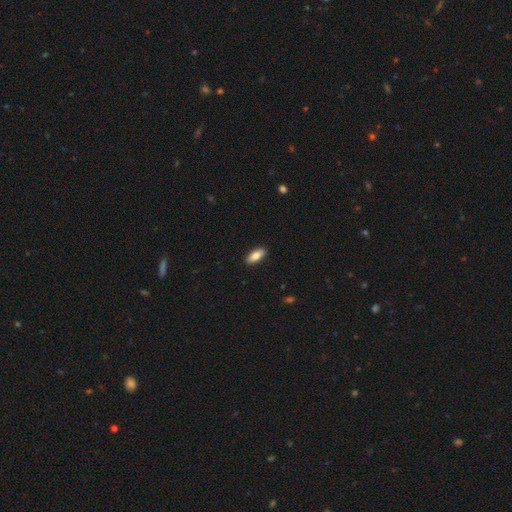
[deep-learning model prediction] Smooth or featured? Predicted: smooth (p=0.83). How rounded? Predicted: in between (p=0.81). Merging? Predicted: none (p=0.90).